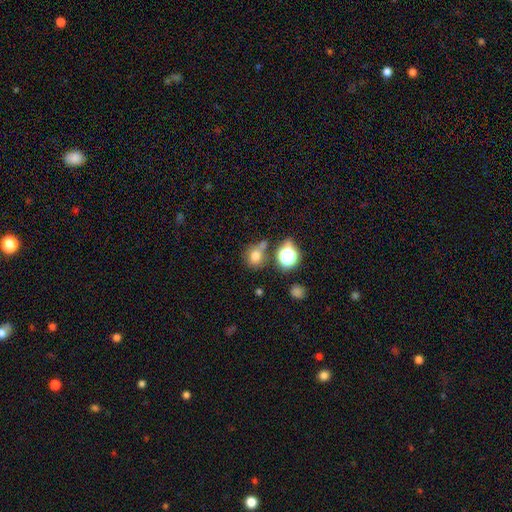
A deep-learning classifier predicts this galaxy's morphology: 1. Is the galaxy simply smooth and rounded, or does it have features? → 72% smooth, 18% star or artifact, 10% featured or disk.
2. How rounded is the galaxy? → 74% round, 24% in between, 1% cigar-shaped.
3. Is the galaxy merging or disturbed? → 55% none, 21% merger, 16% minor disturbance, 8% major disturbance.